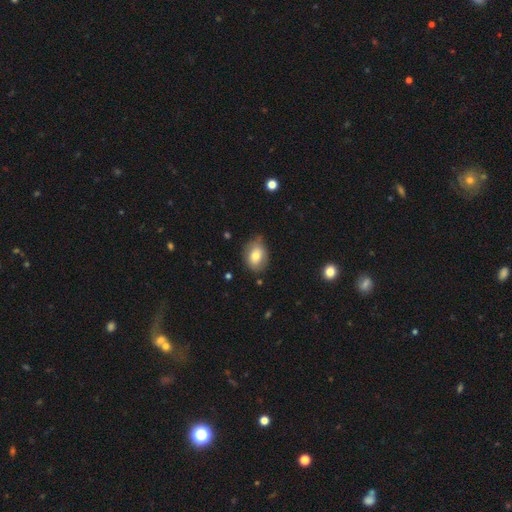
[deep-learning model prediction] smooth-or-featured: smooth: 73% | featured or disk: 19% | star or artifact: 8%
  how-rounded: in between: 67% | round: 32% | cigar-shaped: 1%
  merging: none: 66% | minor disturbance: 26% | major disturbance: 5% | merger: 2%